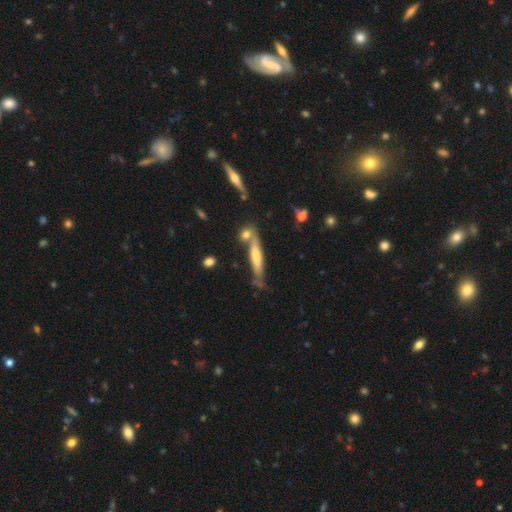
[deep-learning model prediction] A featured or disk galaxy (57%) viewed edge-on (86%). Merging: none (59%).